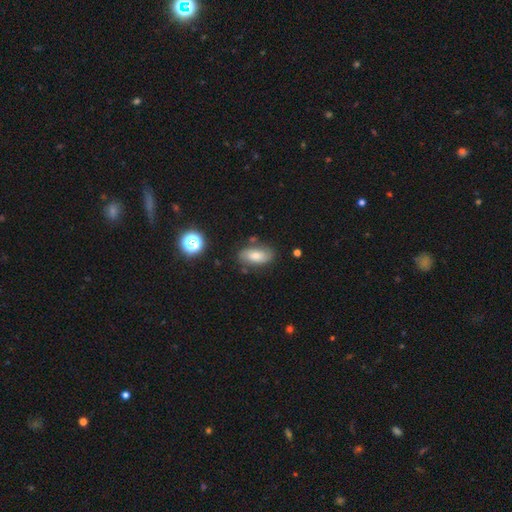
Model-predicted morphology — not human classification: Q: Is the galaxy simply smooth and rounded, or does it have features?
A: smooth — 57%.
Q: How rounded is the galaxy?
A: in between — 88%.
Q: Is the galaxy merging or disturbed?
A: none — 74%.